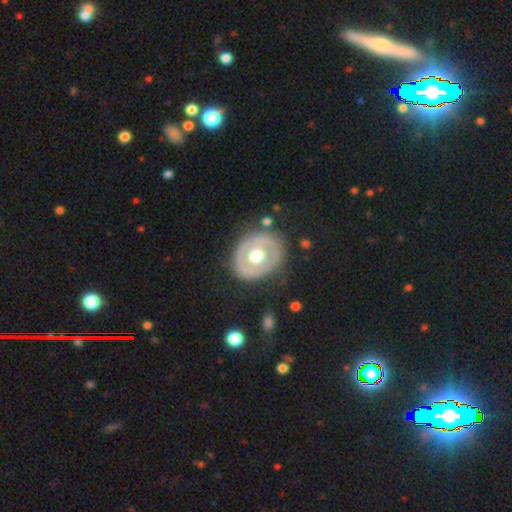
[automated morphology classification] featured or disk 59%, smooth 36%, star or artifact 5%. Down the decision tree: edge-on disk — no (95%); bar — no (83%); spiral arms — no (84%); bulge size — moderate (63%); merging — none (79%).